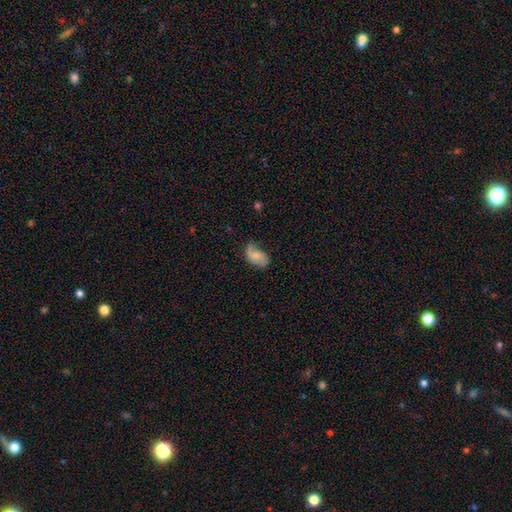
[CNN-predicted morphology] Q: Smooth or featured?
A: featured or disk (49%); runner-up: smooth (43%)
Q: Merging?
A: none (55%); runner-up: minor disturbance (31%)